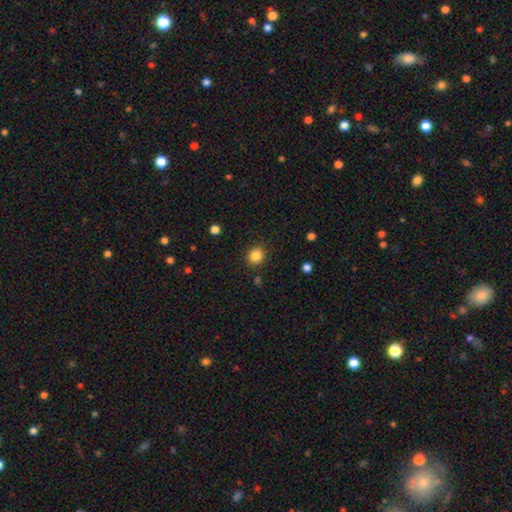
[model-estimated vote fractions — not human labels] This is clearly a smooth galaxy (85%). How rounded: likely round (80%). Merging: clearly none (88%).